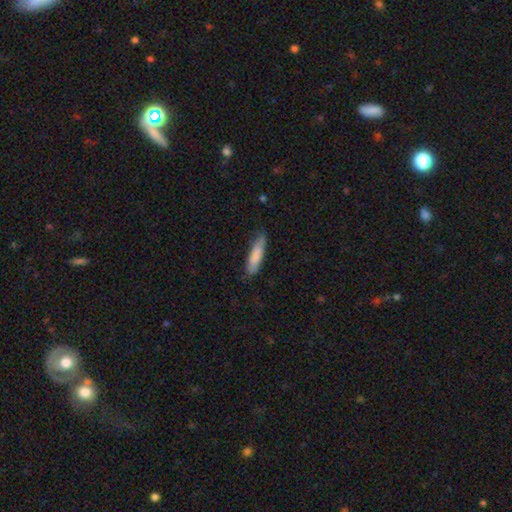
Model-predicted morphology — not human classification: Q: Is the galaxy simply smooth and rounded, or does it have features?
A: smooth — 82%.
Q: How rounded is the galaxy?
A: cigar-shaped — 79%.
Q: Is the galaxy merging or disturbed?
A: none — 77%.